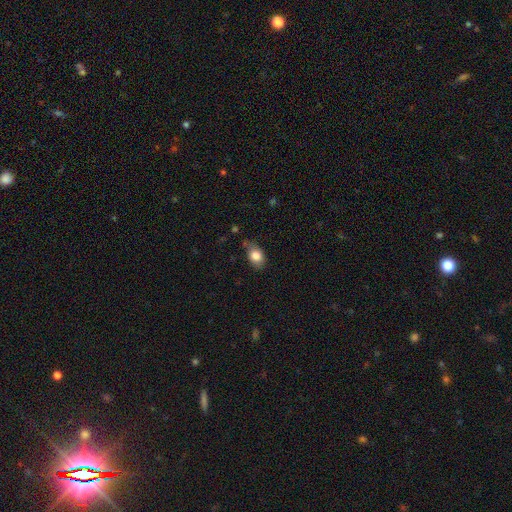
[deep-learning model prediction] Morphology: type=smooth (82%); roundness=in between (75%); merging=none (61%).